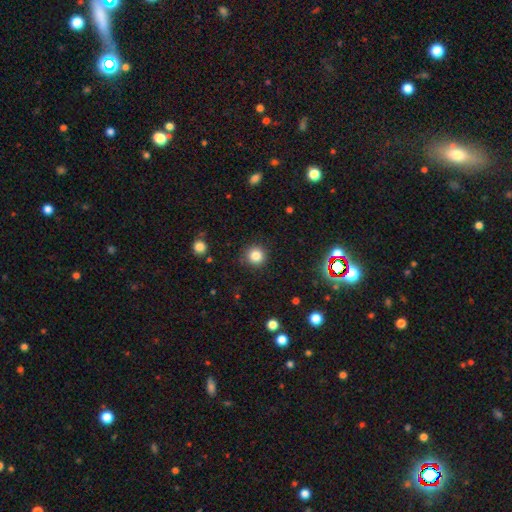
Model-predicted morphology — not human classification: A smooth galaxy with no disk features (82%) that is round (94%). Merging: none (90%).